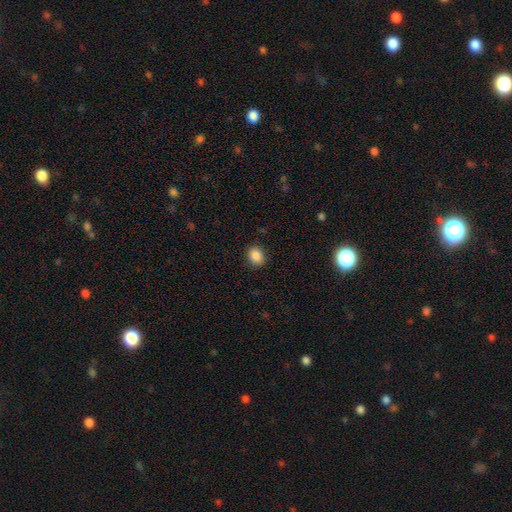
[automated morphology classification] This is clearly a smooth galaxy (87%). How rounded: possibly round (52%). Merging: clearly none (89%).